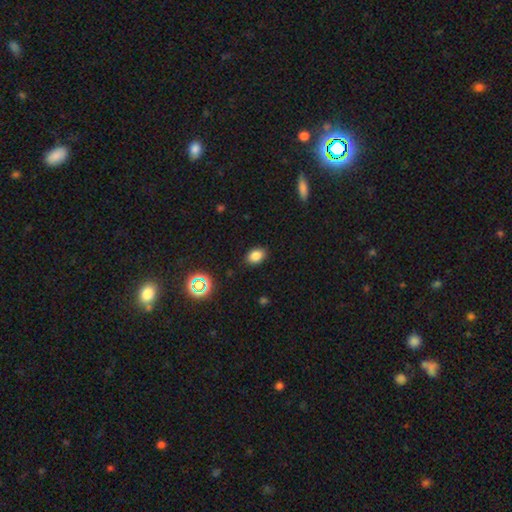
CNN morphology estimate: smooth 82%, star or artifact 13%, featured or disk 5%. Down the decision tree: how rounded — in between (72%); merging — none (87%).